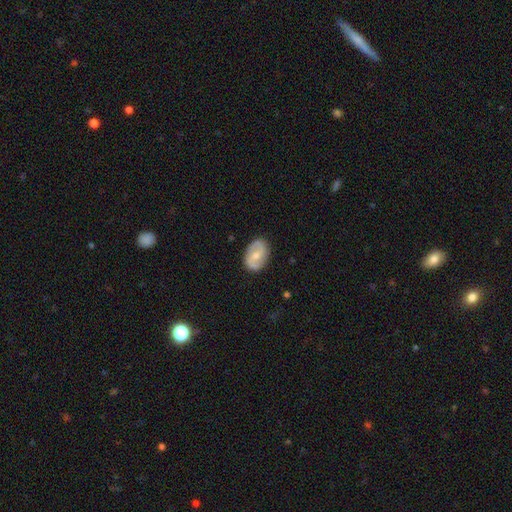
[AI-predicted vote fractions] A featured or disk galaxy (61%) with a weak bar (45%), spiral arms (78%) and a moderate central bulge (60%).

Vote fractions:
- Smooth or featured? featured or disk: 61% / smooth: 34% / star or artifact: 6%
- Edge-on disk? no: 96% / yes: 4%
- Bar? weak: 45% / no: 43% / strong: 12%
- Spiral arms? yes: 78% / no: 22%
- Bulge size? moderate: 60% / small: 34% / large: 3% / none: 2% / dominant: 1%
- Merging? none: 83% / minor disturbance: 13% / major disturbance: 3% / merger: 1%